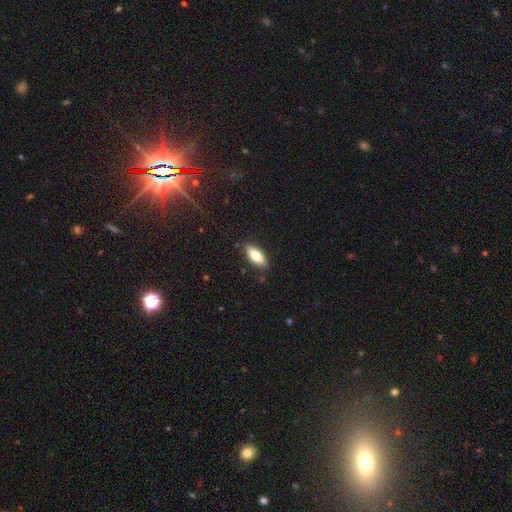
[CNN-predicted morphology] A smooth galaxy with no disk features (76%) that is in between round and cigar-shaped (78%). Merging: none (86%).